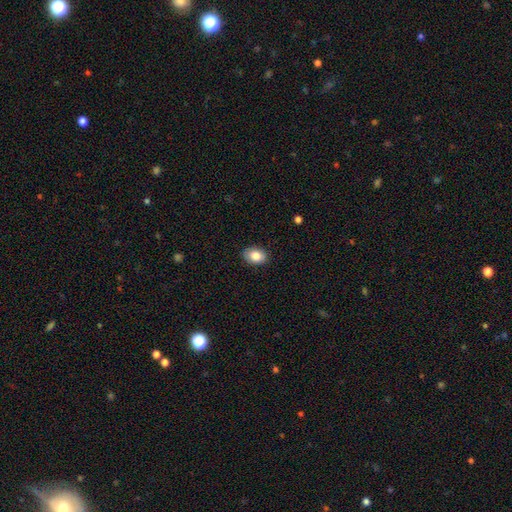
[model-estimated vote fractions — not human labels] Smooth or featured?
  - smooth: 84% *
  - featured or disk: 9%
  - star or artifact: 8%
How rounded?
  - in between: 80% *
  - round: 19%
  - cigar-shaped: 1%
Merging?
  - none: 87% *
  - minor disturbance: 10%
  - major disturbance: 2%
  - merger: 1%